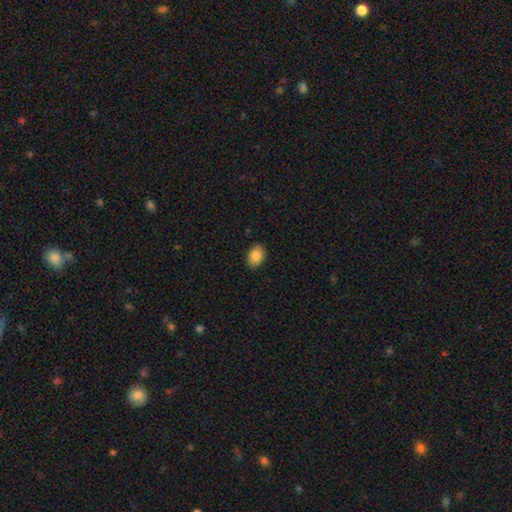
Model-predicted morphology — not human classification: smooth 86%, star or artifact 8%, featured or disk 6%. Down the decision tree: how rounded — in between (83%); merging — none (89%).